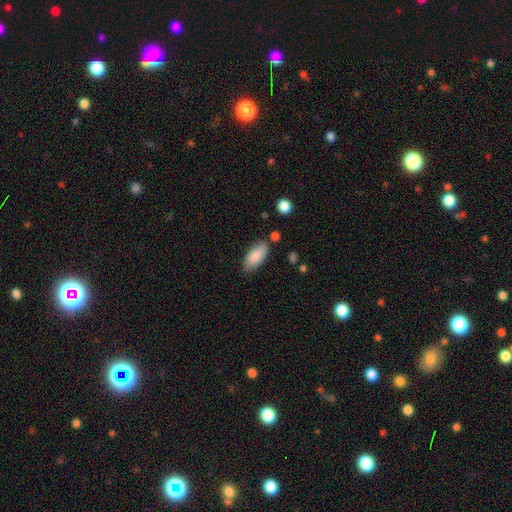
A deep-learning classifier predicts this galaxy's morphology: smooth_or_featured: smooth (p=0.87) [alt: featured or disk p=0.07]
how_rounded: in between (p=0.90) [alt: cigar-shaped p=0.08]
merging: none (p=0.75) [alt: minor disturbance p=0.18]